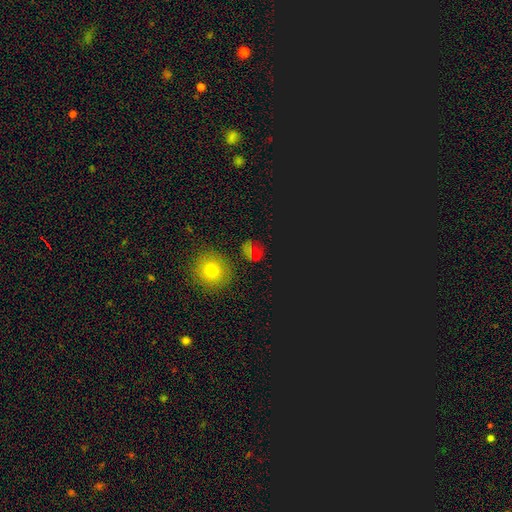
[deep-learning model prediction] Smooth or featured: star or artifact — 48% (smooth — 42%)